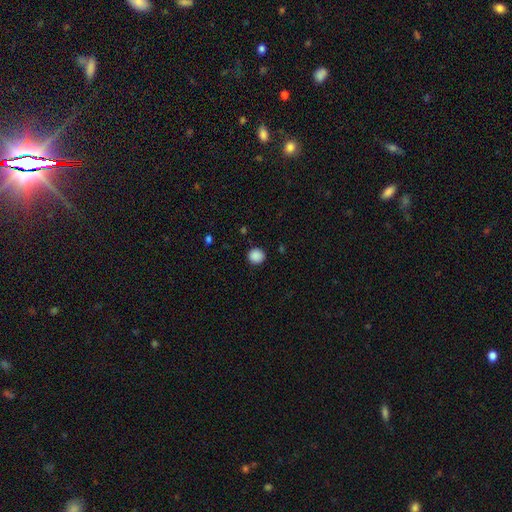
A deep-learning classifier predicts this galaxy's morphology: This is clearly a smooth galaxy (88%). How rounded: clearly round (92%). Merging: clearly none (91%).